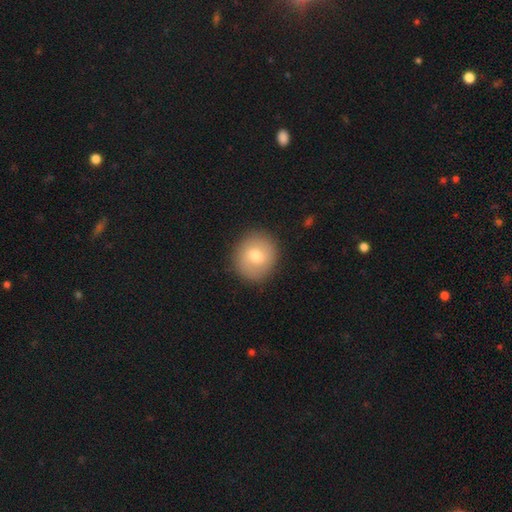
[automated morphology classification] Smooth or featured: smooth — 70% (featured or disk — 22%)
How rounded: round — 85% (in between — 14%)
Merging: none — 88% (minor disturbance — 8%)